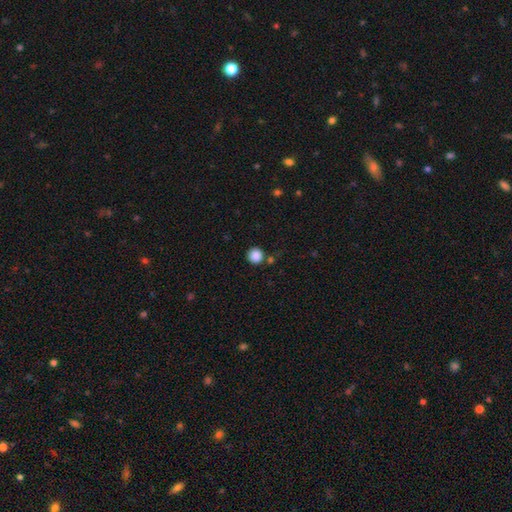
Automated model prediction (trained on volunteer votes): Overall: smooth (87%). How rounded: round (95%). Merging: none (84%).